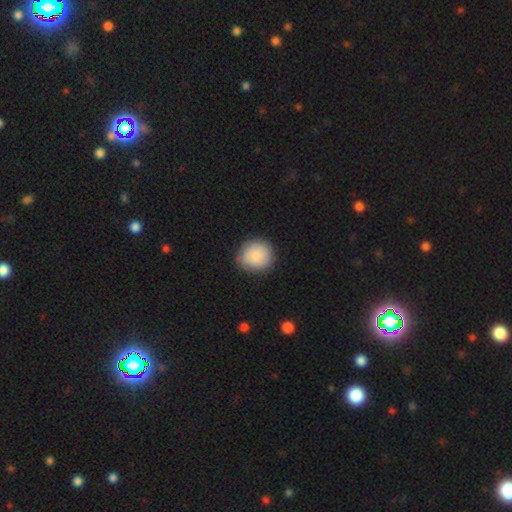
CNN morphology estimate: Smooth or featured: smooth — 87% (star or artifact — 7%)
How rounded: round — 87% (in between — 12%)
Merging: none — 84% (minor disturbance — 12%)